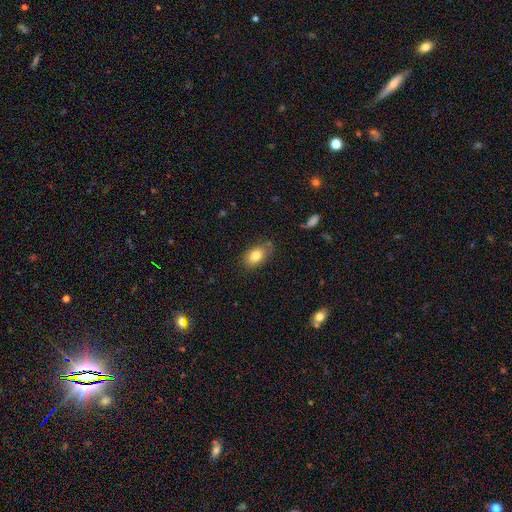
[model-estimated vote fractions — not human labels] This appears to be a smooth galaxy with no disk features (82%) that is in between round and cigar-shaped (85%). Merging: none (74%).